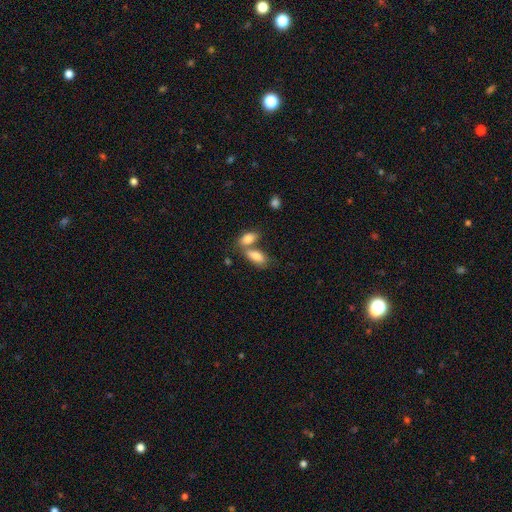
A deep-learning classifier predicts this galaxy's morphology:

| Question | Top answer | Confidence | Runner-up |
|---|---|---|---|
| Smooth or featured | smooth | 82% | featured or disk (11%) |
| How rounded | in between | 88% | cigar-shaped (8%) |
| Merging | merger | 51% | none (36%) |